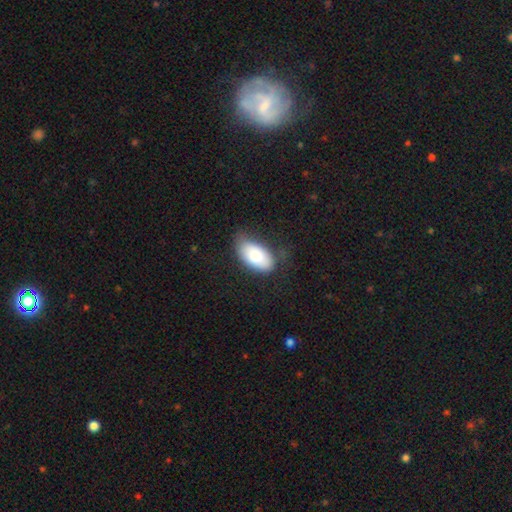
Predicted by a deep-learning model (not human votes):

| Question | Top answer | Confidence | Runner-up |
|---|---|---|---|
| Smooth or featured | smooth | 82% | featured or disk (12%) |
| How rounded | in between | 95% | round (3%) |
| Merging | none | 61% | minor disturbance (29%) |